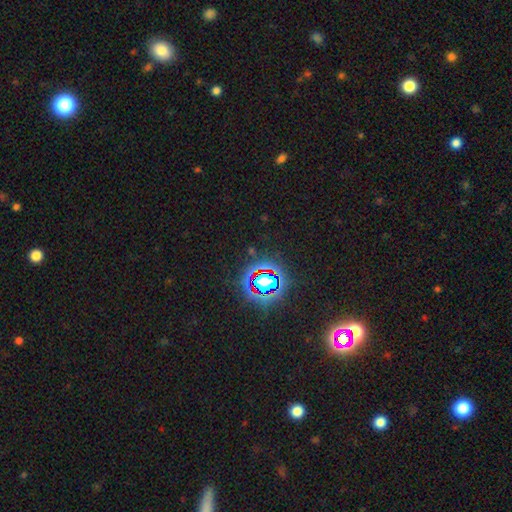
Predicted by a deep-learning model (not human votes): star or artifact 80%, smooth 12%, featured or disk 8%.